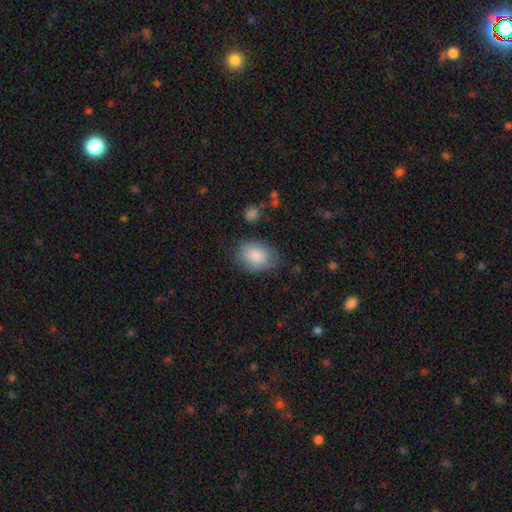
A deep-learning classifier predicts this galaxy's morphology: Smooth or featured: smooth — 85% (featured or disk — 8%)
How rounded: in between — 74% (round — 25%)
Merging: none — 71% (minor disturbance — 21%)